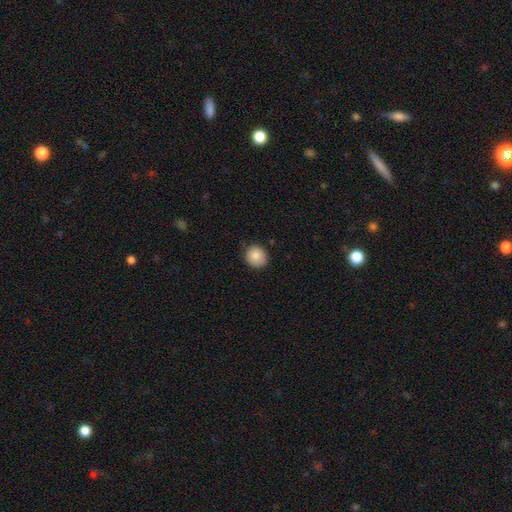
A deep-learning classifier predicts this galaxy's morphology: type=smooth (85%); roundness=round (83%); merging=none (83%).